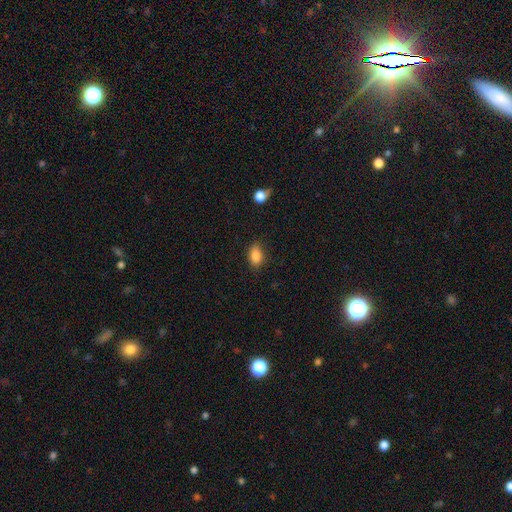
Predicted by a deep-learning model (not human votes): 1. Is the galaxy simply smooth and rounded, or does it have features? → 86% smooth, 9% star or artifact, 5% featured or disk.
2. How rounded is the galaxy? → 85% in between, 11% round, 3% cigar-shaped.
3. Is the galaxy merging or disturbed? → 81% none, 14% minor disturbance, 3% major disturbance, 1% merger.